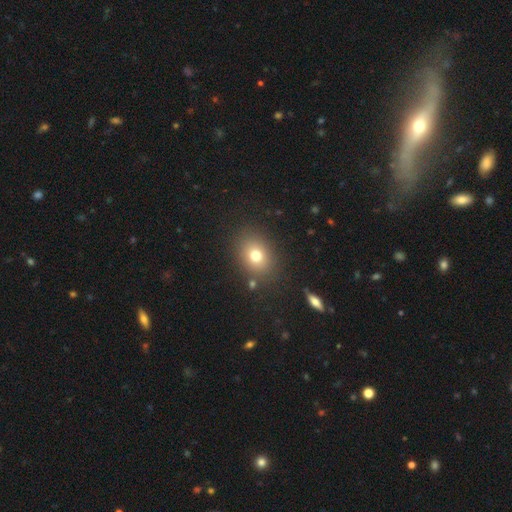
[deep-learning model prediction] A smooth galaxy with no disk features (75%) that is in between round and cigar-shaped (51%).

Vote fractions:
- Smooth or featured? smooth: 75% / star or artifact: 14% / featured or disk: 11%
- How rounded? in between: 51% / round: 48% / cigar-shaped: 1%
- Merging? none: 84% / minor disturbance: 9% / major disturbance: 4% / merger: 3%